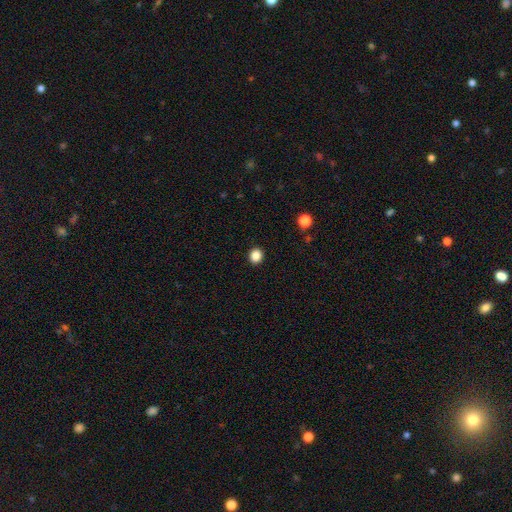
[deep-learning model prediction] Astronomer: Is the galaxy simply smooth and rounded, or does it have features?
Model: smooth — 86%.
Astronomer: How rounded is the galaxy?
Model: round — 80%.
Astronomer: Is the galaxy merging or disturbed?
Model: none — 92%.